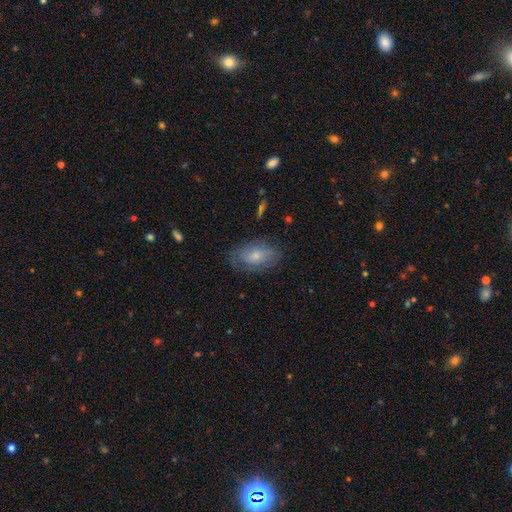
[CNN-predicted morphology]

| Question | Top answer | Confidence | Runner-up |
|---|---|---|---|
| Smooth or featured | smooth | 64% | featured or disk (29%) |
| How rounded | in between | 88% | round (10%) |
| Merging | none | 68% | minor disturbance (22%) |